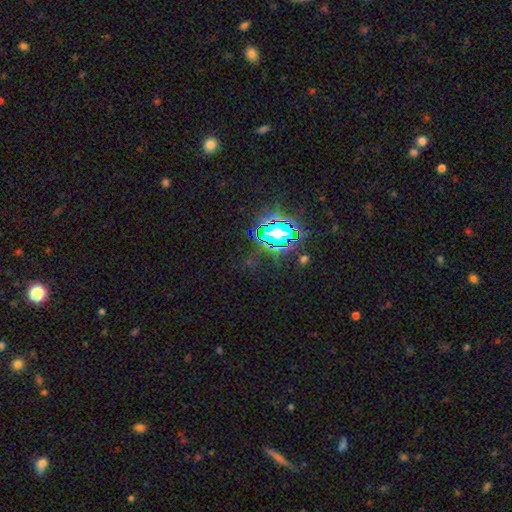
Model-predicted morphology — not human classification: This is likely a star or artifact rather than a galaxy (80%).